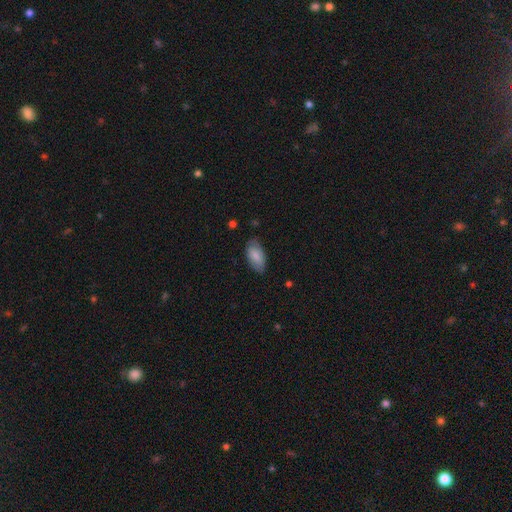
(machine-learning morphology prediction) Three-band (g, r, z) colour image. It shows a smooth galaxy with no disk features (77%) that is in between round and cigar-shaped (93%). Merging: none (75%).